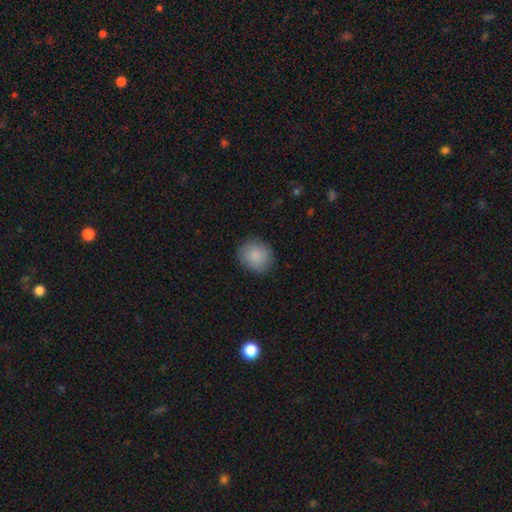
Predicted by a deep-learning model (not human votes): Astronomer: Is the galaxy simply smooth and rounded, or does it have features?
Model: smooth — 87%.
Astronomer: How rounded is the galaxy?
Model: round — 69%.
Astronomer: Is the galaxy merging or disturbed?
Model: none — 85%.